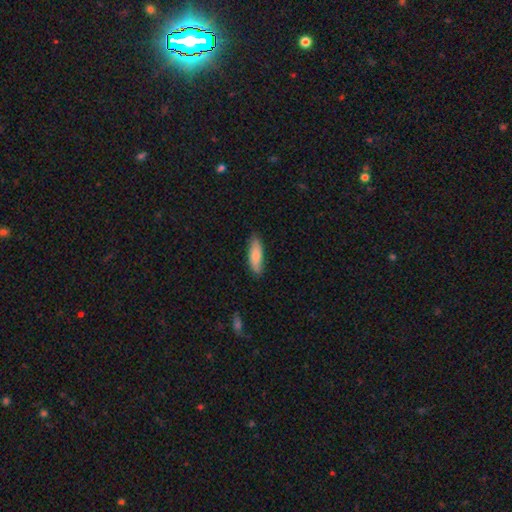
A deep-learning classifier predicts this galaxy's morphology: type=smooth (79%); roundness=in between (56%); merging=none (82%).